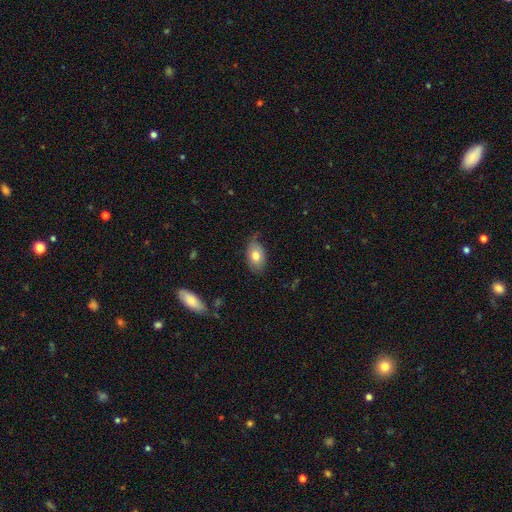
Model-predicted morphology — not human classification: smooth 76%, featured or disk 17%, star or artifact 8%. Down the decision tree: how rounded — in between (87%); merging — none (68%).